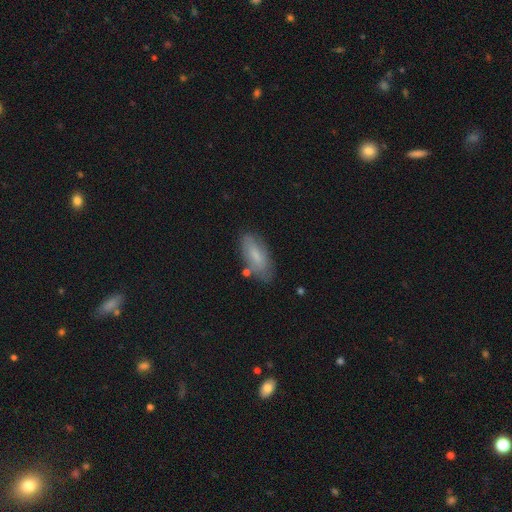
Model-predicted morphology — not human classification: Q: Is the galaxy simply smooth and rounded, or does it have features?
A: smooth — 70%.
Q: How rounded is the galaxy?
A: in between — 78%.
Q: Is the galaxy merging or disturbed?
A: none — 74%.